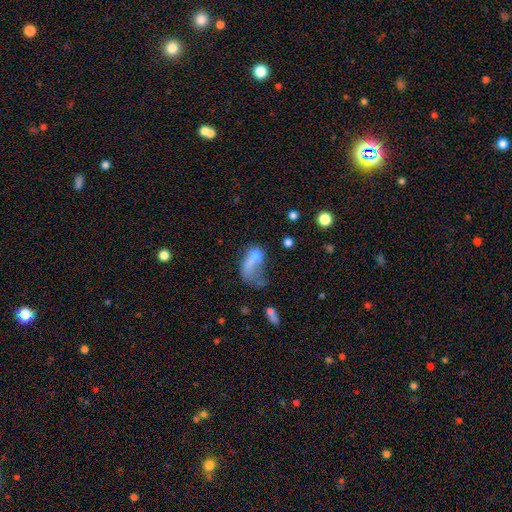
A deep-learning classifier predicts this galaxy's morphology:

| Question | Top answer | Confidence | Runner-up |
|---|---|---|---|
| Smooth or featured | smooth | 54% | featured or disk (33%) |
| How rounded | in between | 71% | round (22%) |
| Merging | major disturbance | 50% | merger (24%) |